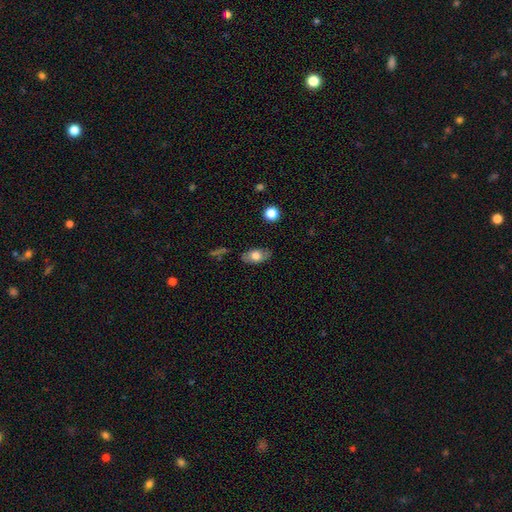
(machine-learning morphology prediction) type=smooth (72%); roundness=in between (88%); merging=none (81%).